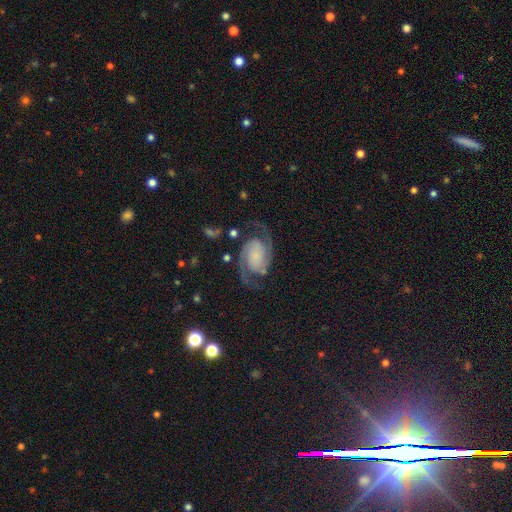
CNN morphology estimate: The model was most divided on "bulge size": none: 42%, small: 31%, large: 10%, moderate: 10%, dominant: 7%. More confident: spiral arms — yes (98%); edge-on disk — no (98%); spiral arm count — 2 (94%); smooth or featured — featured or disk (88%); merging — none (75%); bar — no (65%); spiral winding — medium (53%).